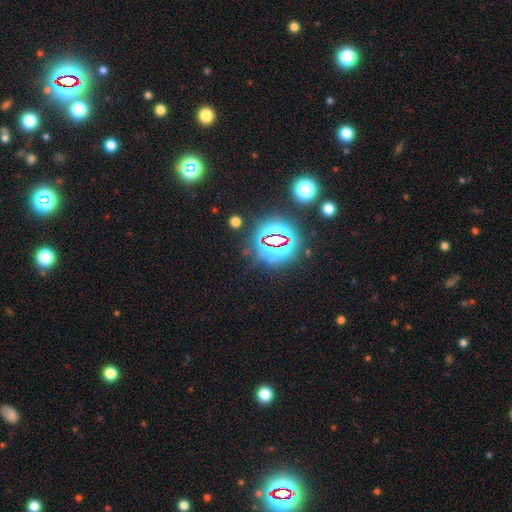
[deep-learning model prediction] Q: Smooth or featured?
A: star or artifact (78%); runner-up: smooth (14%)